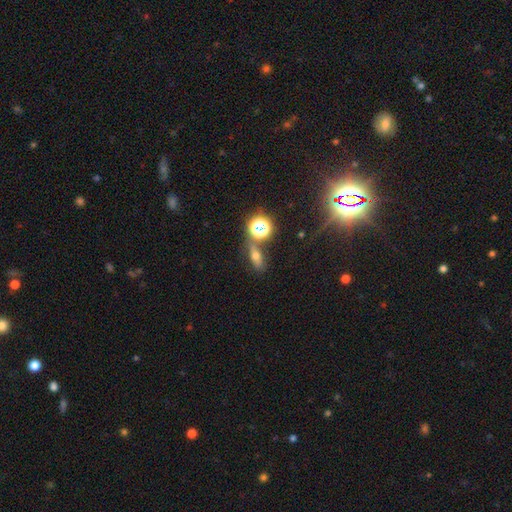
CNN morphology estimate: The model was most divided on "smooth or featured": smooth: 51%, star or artifact: 28%, featured or disk: 21%. More confident: merging — none (69%); how rounded — in between (54%).